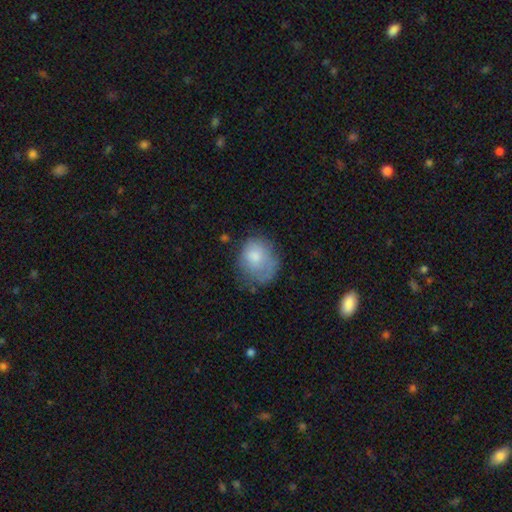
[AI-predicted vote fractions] Q: Smooth or featured?
A: smooth (71%); runner-up: featured or disk (21%)
Q: How rounded?
A: round (53%); runner-up: in between (46%)
Q: Merging?
A: none (46%); runner-up: minor disturbance (33%)